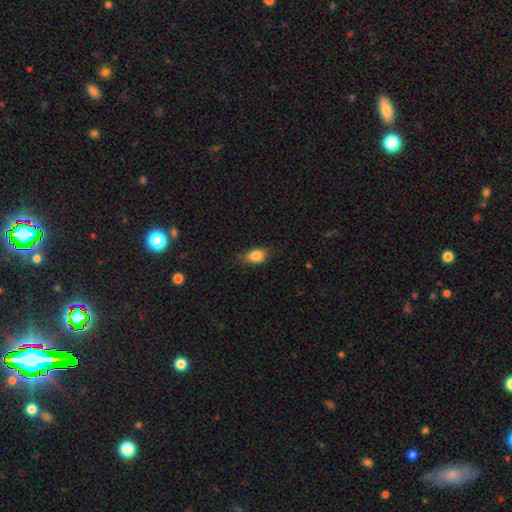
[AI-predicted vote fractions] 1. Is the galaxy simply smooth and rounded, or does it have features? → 84% smooth, 8% star or artifact, 8% featured or disk.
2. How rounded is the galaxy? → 82% in between, 15% round, 3% cigar-shaped.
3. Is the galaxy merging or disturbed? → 70% none, 24% minor disturbance, 5% major disturbance, 1% merger.